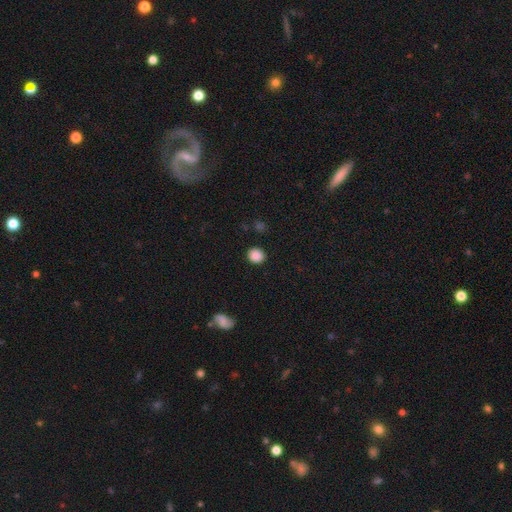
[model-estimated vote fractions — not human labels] Smooth or featured?
  - smooth: 87% *
  - star or artifact: 9%
  - featured or disk: 3%
How rounded?
  - round: 84% *
  - in between: 15%
  - cigar-shaped: 1%
Merging?
  - none: 89% *
  - minor disturbance: 7%
  - major disturbance: 2%
  - merger: 2%